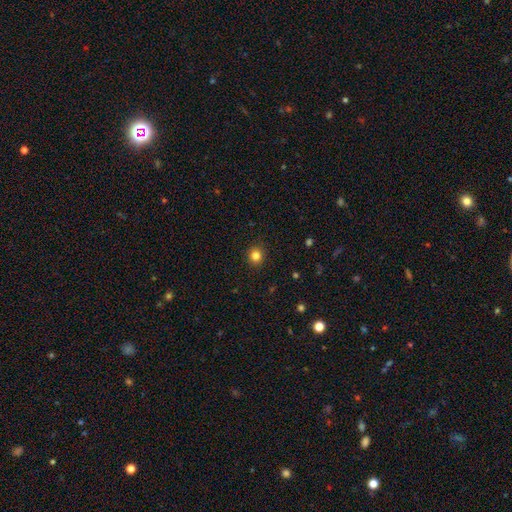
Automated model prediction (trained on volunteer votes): A smooth galaxy with no disk features (83%) that is round (88%). Merging: none (91%).